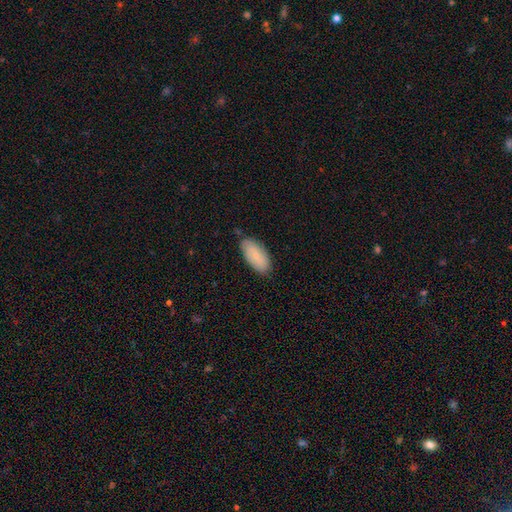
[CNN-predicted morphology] Smooth or featured? Predicted: smooth (p=0.69). How rounded? Predicted: in between (p=0.92). Merging? Predicted: none (p=0.78).